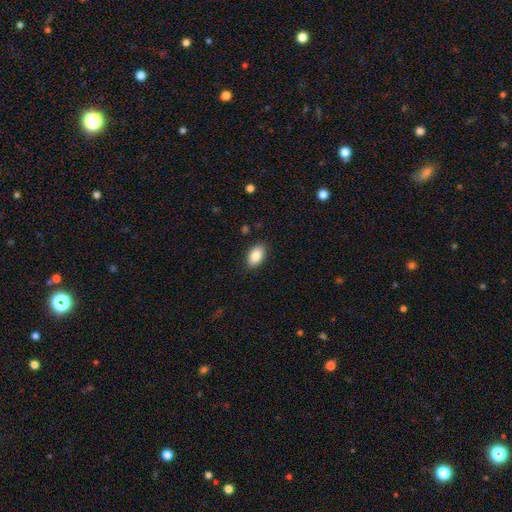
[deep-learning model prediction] Morphology: type=smooth (86%); roundness=in between (92%); merging=none (88%).